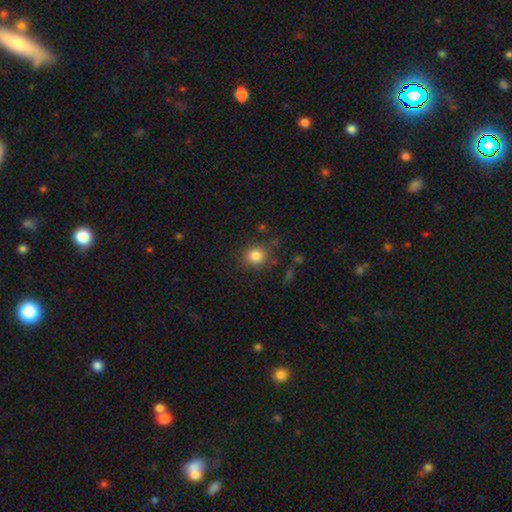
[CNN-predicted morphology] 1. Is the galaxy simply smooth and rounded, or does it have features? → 83% smooth, 11% star or artifact, 6% featured or disk.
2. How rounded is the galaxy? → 82% round, 17% in between, 1% cigar-shaped.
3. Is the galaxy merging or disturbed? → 82% none, 11% minor disturbance, 4% major disturbance, 3% merger.